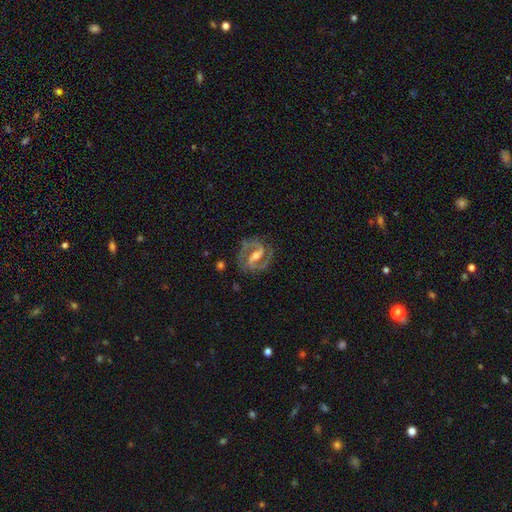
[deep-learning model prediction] featured or disk 91%, smooth 4%, star or artifact 4%. Down the decision tree: edge-on disk — no (97%); bar — strong (55%); spiral arms — yes (98%); spiral arm count — 2 (93%); spiral winding — medium (56%); bulge size — moderate (53%); merging — none (82%).